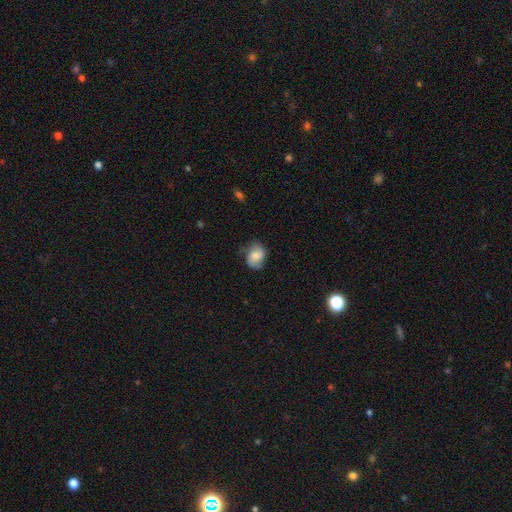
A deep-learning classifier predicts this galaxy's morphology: A smooth galaxy with no disk features (51%) that is in between round and cigar-shaped (51%).

Vote fractions:
- Smooth or featured? smooth: 51% / featured or disk: 40% / star or artifact: 9%
- How rounded? in between: 51% / round: 48% / cigar-shaped: 1%
- Merging? none: 65% / minor disturbance: 25% / major disturbance: 9% / merger: 1%